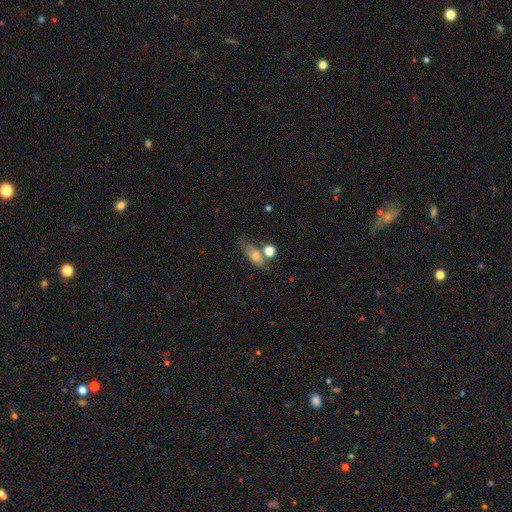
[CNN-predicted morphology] Smooth or featured?
  - smooth: 68% *
  - featured or disk: 21%
  - star or artifact: 11%
How rounded?
  - in between: 72% *
  - round: 14%
  - cigar-shaped: 13%
Merging?
  - none: 42% *
  - merger: 25%
  - minor disturbance: 21%
  - major disturbance: 12%